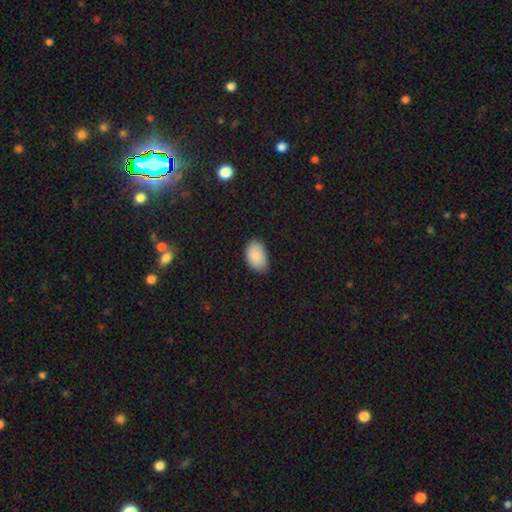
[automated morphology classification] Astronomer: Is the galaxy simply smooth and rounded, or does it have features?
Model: smooth — 89%.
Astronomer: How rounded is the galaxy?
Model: in between — 92%.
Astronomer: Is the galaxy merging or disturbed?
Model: none — 77%.